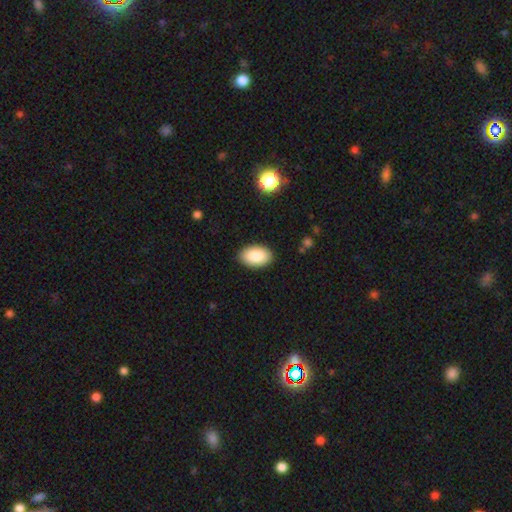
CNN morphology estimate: A smooth galaxy with no disk features (87%) that is in between round and cigar-shaped (94%).

Vote fractions:
- Smooth or featured? smooth: 87% / star or artifact: 7% / featured or disk: 6%
- How rounded? in between: 94% / round: 5% / cigar-shaped: 1%
- Merging? none: 89% / minor disturbance: 9% / major disturbance: 2% / merger: 1%